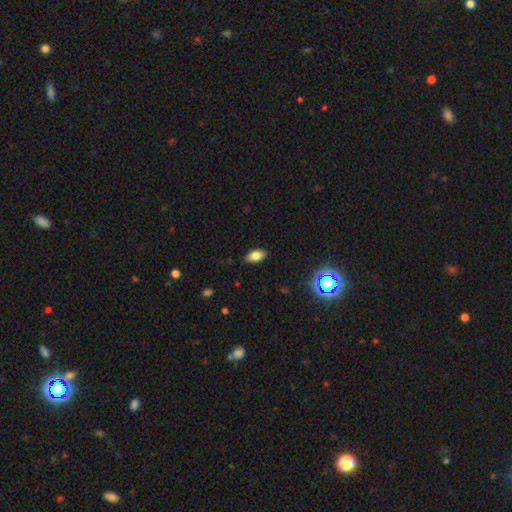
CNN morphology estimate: Smooth or featured? Predicted: smooth (p=0.78). How rounded? Predicted: in between (p=0.90). Merging? Predicted: none (p=0.85).